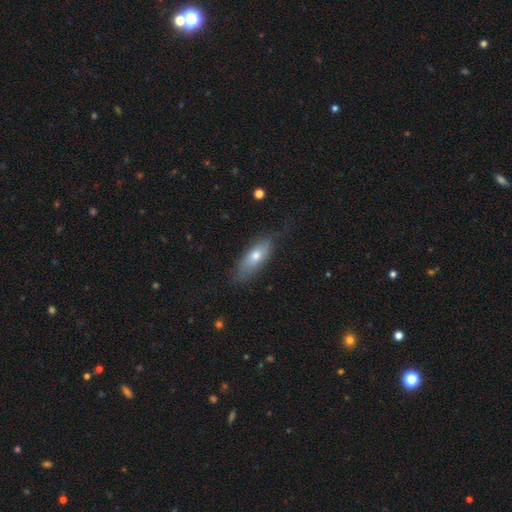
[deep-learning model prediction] This appears to be a smooth galaxy with no disk features (65%) that is in between round and cigar-shaped (64%). Merging: none (70%).